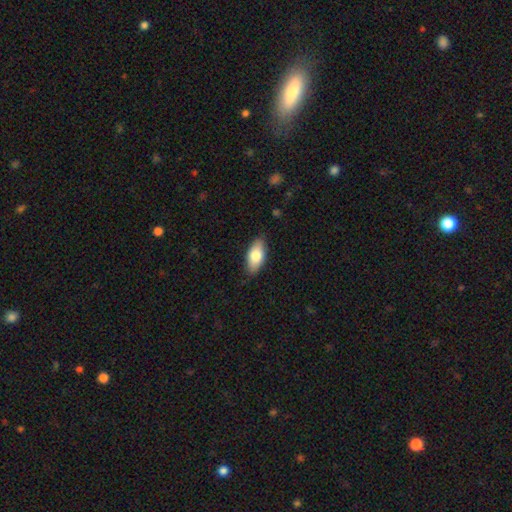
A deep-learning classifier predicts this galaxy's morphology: A smooth galaxy with no disk features (79%) that is in between round and cigar-shaped (90%).

Vote fractions:
- Smooth or featured? smooth: 79% / featured or disk: 15% / star or artifact: 6%
- How rounded? in between: 90% / cigar-shaped: 7% / round: 3%
- Merging? none: 84% / minor disturbance: 12% / major disturbance: 2% / merger: 1%